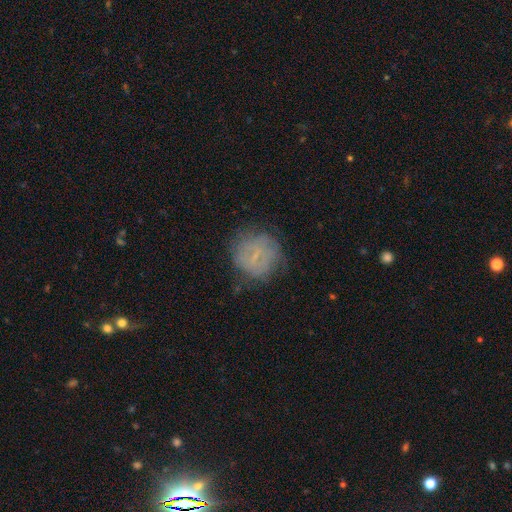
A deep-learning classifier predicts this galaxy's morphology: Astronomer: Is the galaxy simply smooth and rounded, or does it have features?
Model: smooth — 51% (runner-up: featured or disk, 35%).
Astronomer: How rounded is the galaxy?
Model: round — 89%.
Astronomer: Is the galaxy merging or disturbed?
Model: none — 72%.